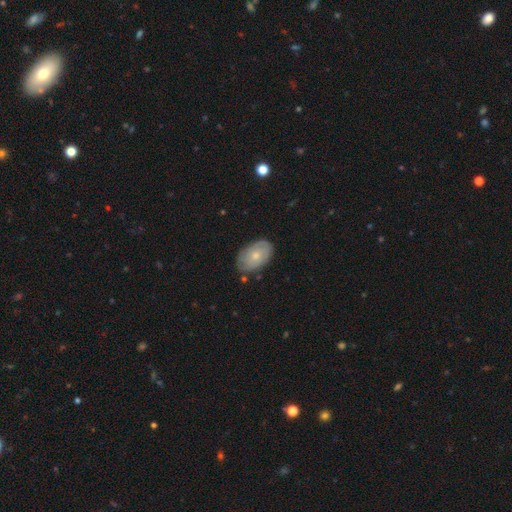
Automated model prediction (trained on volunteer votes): A smooth galaxy with no disk features (58%) that is in between round and cigar-shaped (91%). Merging: none (77%).